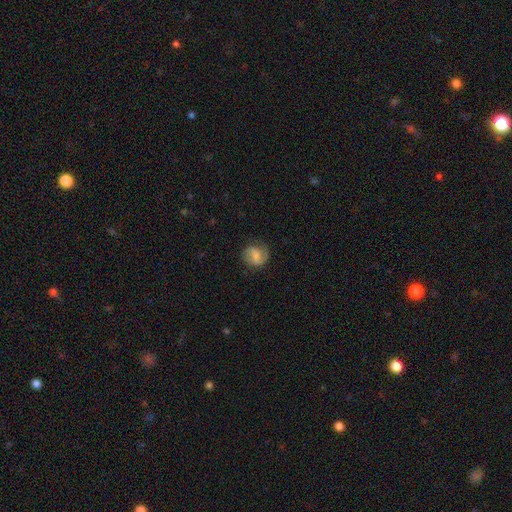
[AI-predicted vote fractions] A smooth galaxy with no disk features (53%) that is round (70%).

Vote fractions:
- Smooth or featured? smooth: 53% / featured or disk: 38% / star or artifact: 9%
- How rounded? round: 70% / in between: 28% / cigar-shaped: 1%
- Merging? none: 65% / minor disturbance: 22% / major disturbance: 12% / merger: 1%